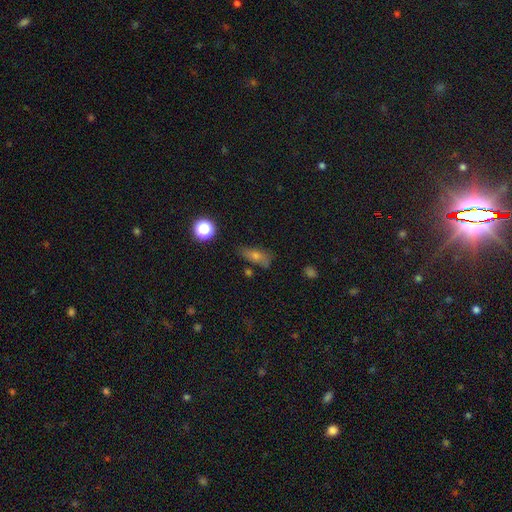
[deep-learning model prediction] smooth 58%, featured or disk 23%, star or artifact 20%. Down the decision tree: how rounded — in between (64%); merging — none (69%).